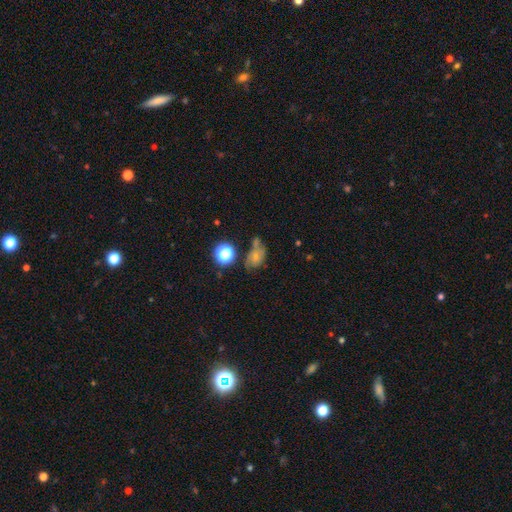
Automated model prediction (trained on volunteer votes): A smooth galaxy with no disk features (55%) that is in between round and cigar-shaped (63%).

Vote fractions:
- Smooth or featured? smooth: 55% / featured or disk: 25% / star or artifact: 20%
- How rounded? in between: 63% / round: 36% / cigar-shaped: 2%
- Merging? none: 39% / minor disturbance: 24% / merger: 23% / major disturbance: 14%